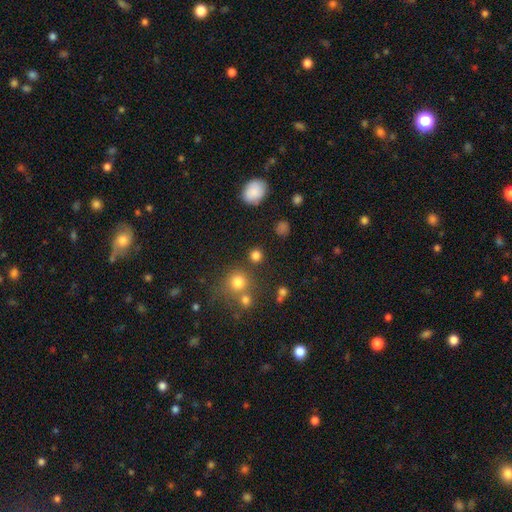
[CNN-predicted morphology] Q: Smooth or featured?
A: smooth (79%); runner-up: star or artifact (16%)
Q: How rounded?
A: round (89%); runner-up: in between (10%)
Q: Merging?
A: none (79%); runner-up: merger (9%)